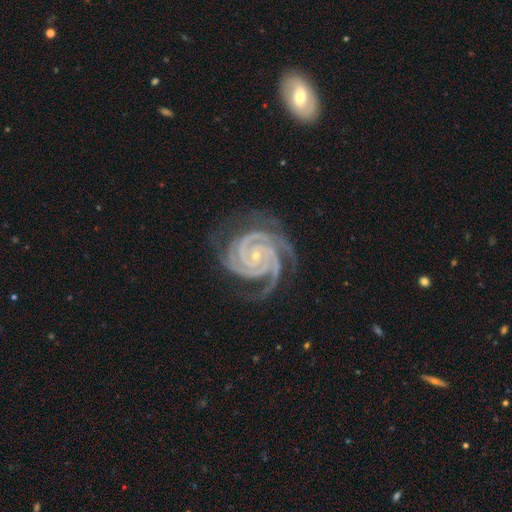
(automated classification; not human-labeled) This appears to be a featured or disk galaxy (94%) with no bar (63%), 3 (48%) tight (82%) spiral arms (99%) and a small central bulge (83%). Merging: none (76%).